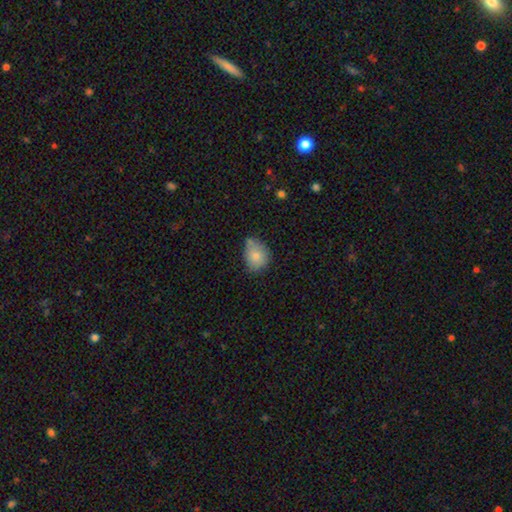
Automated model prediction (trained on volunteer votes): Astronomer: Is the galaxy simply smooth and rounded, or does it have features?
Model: smooth — 80%.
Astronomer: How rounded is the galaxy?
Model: round — 50% (runner-up: in between, 49%).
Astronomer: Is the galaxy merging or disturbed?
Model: none — 49% (runner-up: minor disturbance, 35%).